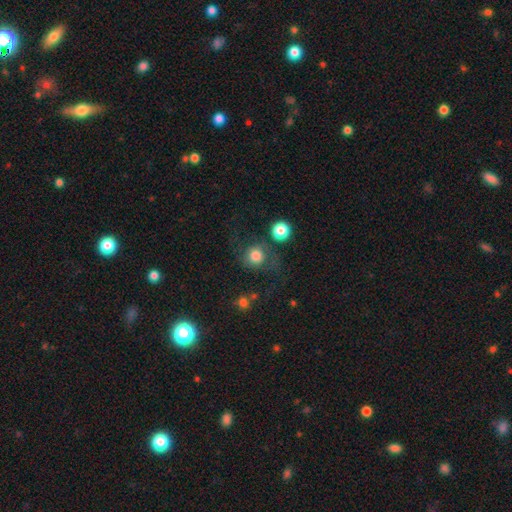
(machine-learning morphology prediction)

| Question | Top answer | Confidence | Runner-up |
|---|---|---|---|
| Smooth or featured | smooth | 74% | featured or disk (14%) |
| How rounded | round | 88% | in between (11%) |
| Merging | none | 55% | minor disturbance (18%) |